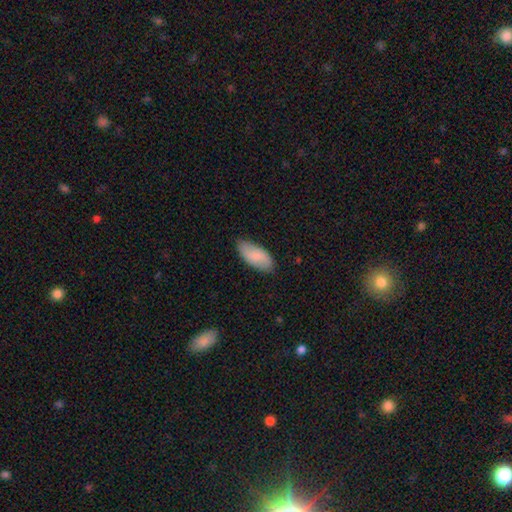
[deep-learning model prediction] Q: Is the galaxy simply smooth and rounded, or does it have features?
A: smooth — 83%.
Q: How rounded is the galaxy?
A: in between — 92%.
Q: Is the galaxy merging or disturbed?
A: none — 82%.